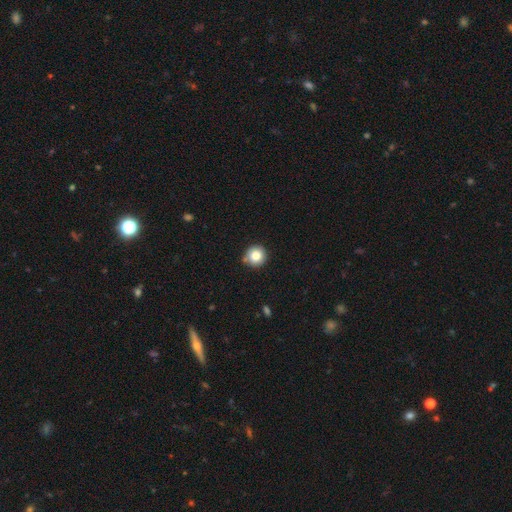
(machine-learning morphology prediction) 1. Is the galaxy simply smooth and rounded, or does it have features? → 82% smooth, 10% star or artifact, 8% featured or disk.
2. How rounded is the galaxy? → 94% round, 5% in between, 1% cigar-shaped.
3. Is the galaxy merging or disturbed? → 82% none, 12% minor disturbance, 4% merger, 2% major disturbance.